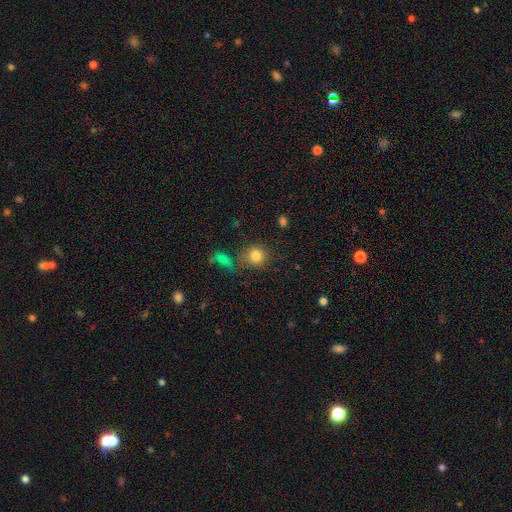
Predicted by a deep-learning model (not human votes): A smooth galaxy with no disk features (83%) that is round (83%). Merging: none (70%).